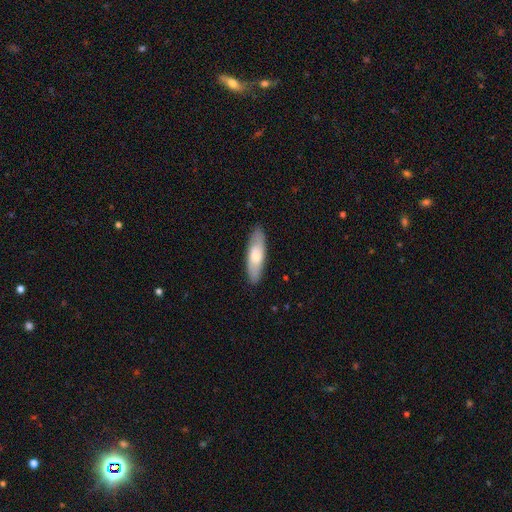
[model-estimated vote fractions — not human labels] Smooth or featured: smooth — 71% (featured or disk — 24%)
How rounded: cigar-shaped — 51% (in between — 48%)
Merging: none — 87% (minor disturbance — 10%)